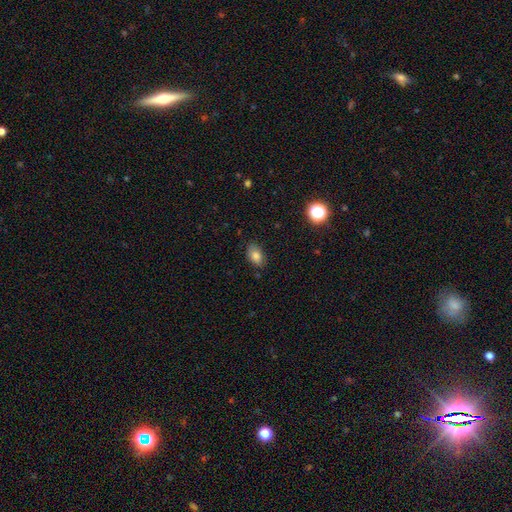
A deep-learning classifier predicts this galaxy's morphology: Smooth or featured? Predicted: smooth (p=0.83). How rounded? Predicted: in between (p=0.87). Merging? Predicted: none (p=0.81).